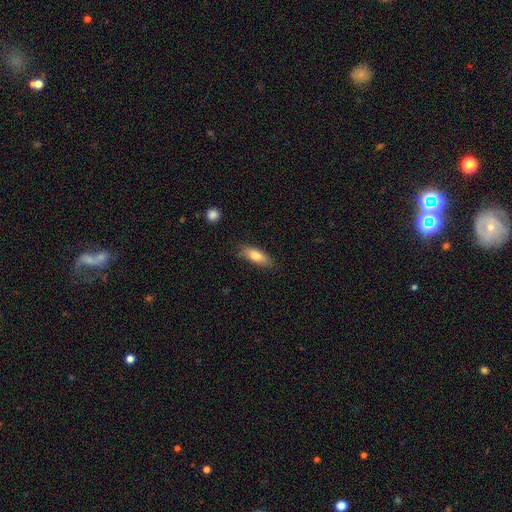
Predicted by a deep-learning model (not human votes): smooth_or_featured: smooth (p=0.77) [alt: featured or disk p=0.16]
how_rounded: in between (p=0.63) [alt: cigar-shaped p=0.35]
merging: none (p=0.83) [alt: minor disturbance p=0.13]